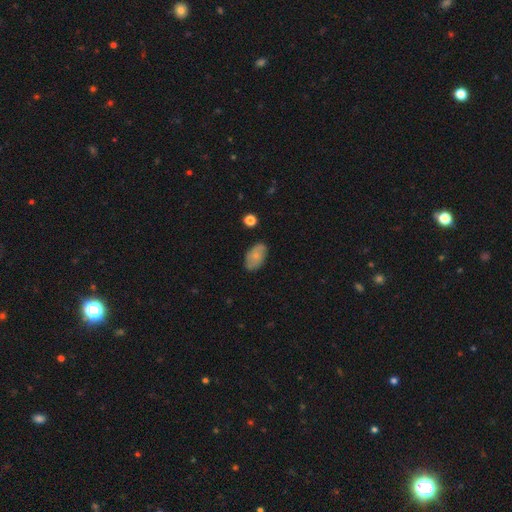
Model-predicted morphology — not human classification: smooth_or_featured: smooth (p=0.65) [alt: featured or disk p=0.28]
how_rounded: in between (p=0.92) [alt: round p=0.07]
merging: none (p=0.78) [alt: minor disturbance p=0.17]